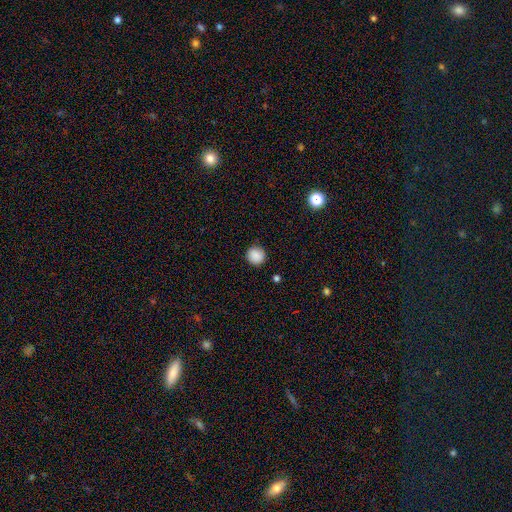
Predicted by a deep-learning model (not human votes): smooth_or_featured: smooth (p=0.88) [alt: star or artifact p=0.09]
how_rounded: round (p=0.93) [alt: in between p=0.06]
merging: none (p=0.90) [alt: minor disturbance p=0.06]